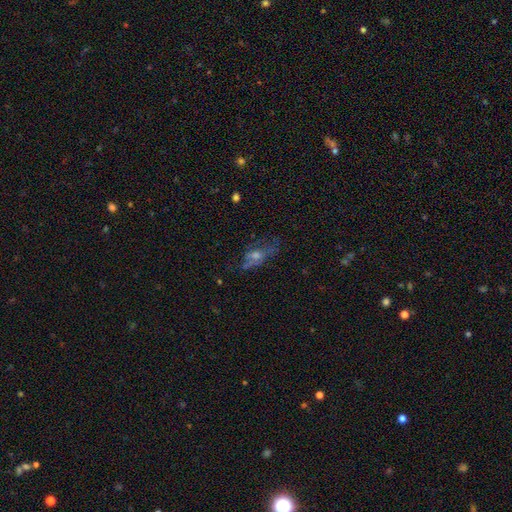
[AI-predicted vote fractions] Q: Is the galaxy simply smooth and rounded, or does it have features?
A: featured or disk — 47%.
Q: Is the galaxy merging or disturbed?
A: none — 49%.